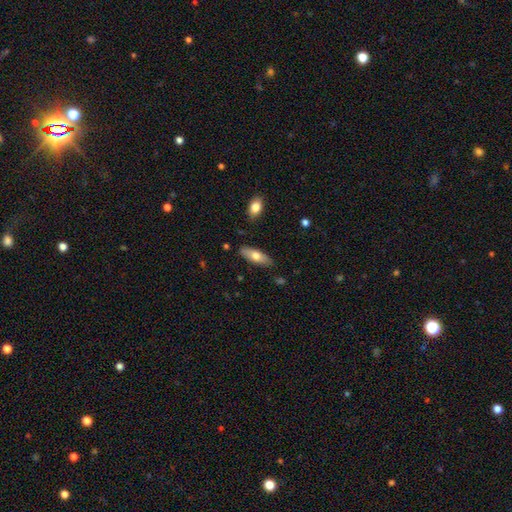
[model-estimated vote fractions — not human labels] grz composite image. It shows a smooth galaxy with no disk features (67%) that is in between round and cigar-shaped (69%). Merging: none (84%).